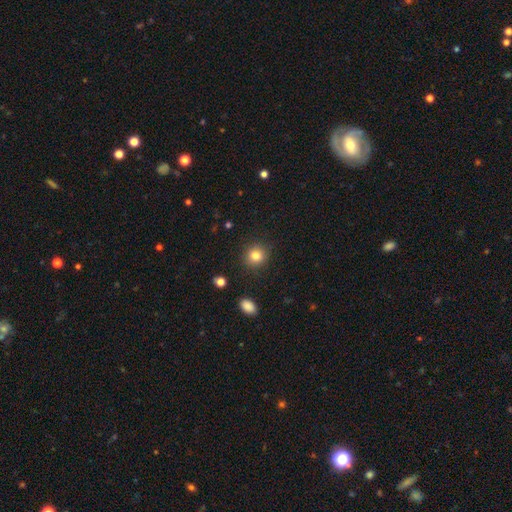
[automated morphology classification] This is clearly a smooth galaxy (82%). How rounded: clearly round (87%). Merging: clearly none (90%).